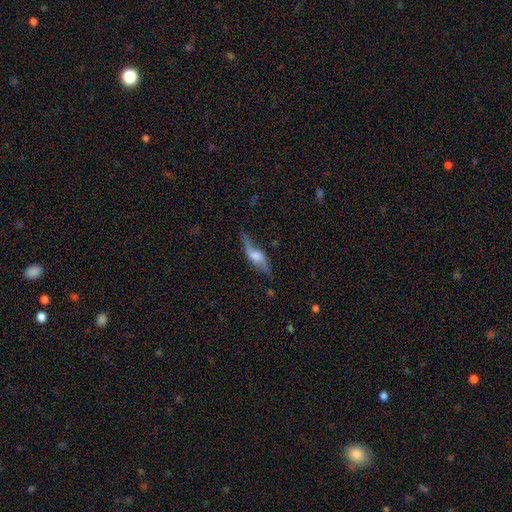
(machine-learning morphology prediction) A featured or disk galaxy (64%) viewed edge-on (51%).

Vote fractions:
- Smooth or featured? featured or disk: 64% / smooth: 29% / star or artifact: 7%
- Edge-on disk? yes: 51% / no: 49%
- Merging? none: 58% / minor disturbance: 25% / major disturbance: 14% / merger: 3%